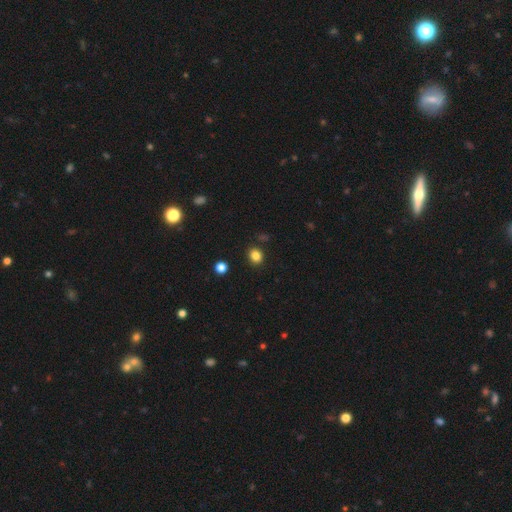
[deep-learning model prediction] Smooth or featured: smooth — 84% (star or artifact — 12%)
How rounded: round — 65% (in between — 34%)
Merging: none — 88% (minor disturbance — 8%)